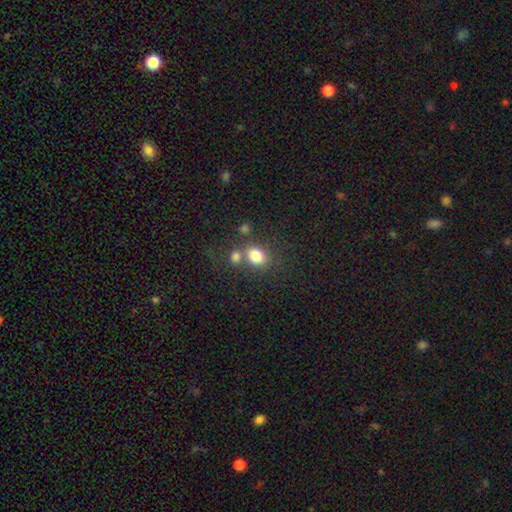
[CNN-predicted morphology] Smooth or featured: smooth — 80% (star or artifact — 11%)
How rounded: round — 50% (in between — 49%)
Merging: none — 51% (merger — 33%)